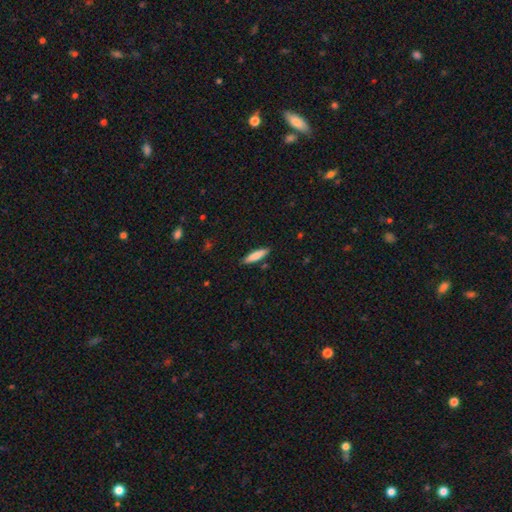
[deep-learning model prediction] Smooth or featured: smooth — 79% (featured or disk — 15%)
How rounded: cigar-shaped — 78% (in between — 21%)
Merging: none — 88% (minor disturbance — 9%)